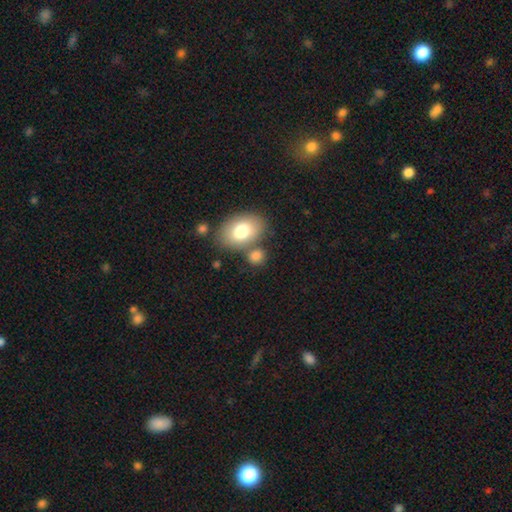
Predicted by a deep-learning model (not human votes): Smooth or featured? smooth (80%)
How rounded? in between (55%)
Merging? none (60%)